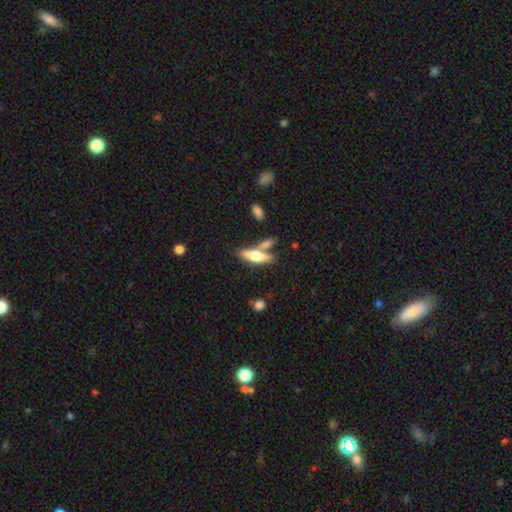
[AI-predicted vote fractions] Smooth or featured? Predicted: smooth (p=0.48). Merging? Predicted: none (p=0.61).